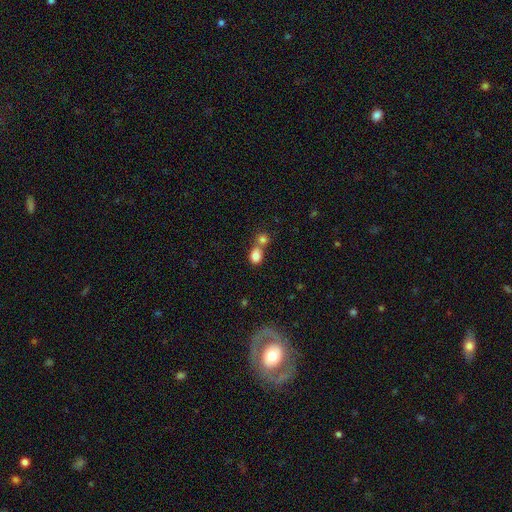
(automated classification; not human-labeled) smooth_or_featured: smooth (p=0.83) [alt: star or artifact p=0.10]
how_rounded: in between (p=0.57) [alt: round p=0.42]
merging: merger (p=0.46) [alt: none p=0.42]